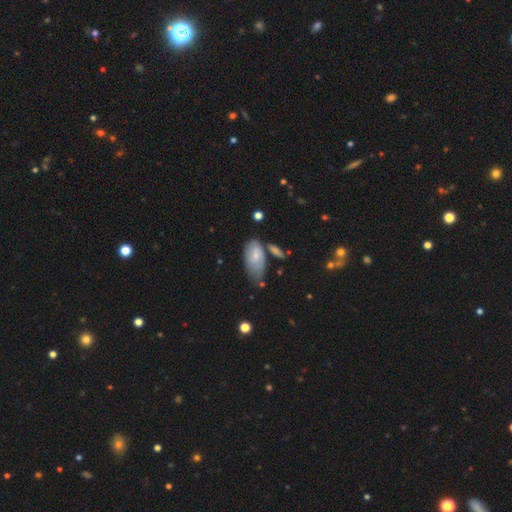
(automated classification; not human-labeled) smooth 60%, featured or disk 33%, star or artifact 7%. Down the decision tree: how rounded — in between (91%); merging — none (42%).